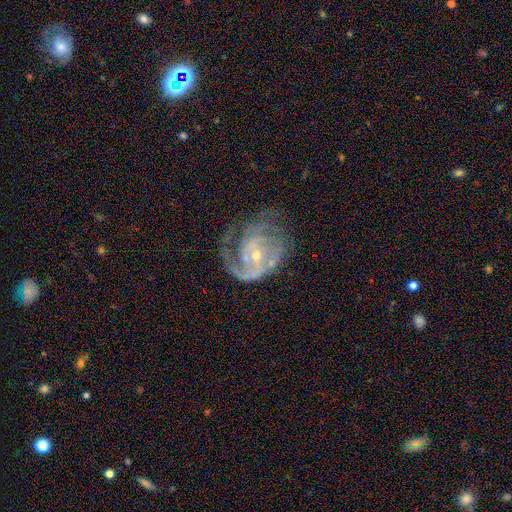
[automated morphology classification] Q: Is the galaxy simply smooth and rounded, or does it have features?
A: featured or disk — 87%.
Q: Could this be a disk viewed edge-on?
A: no — 98%.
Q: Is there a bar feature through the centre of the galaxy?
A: no — 60%.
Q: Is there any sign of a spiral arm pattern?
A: yes — 95%.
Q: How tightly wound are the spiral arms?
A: tight — 48%.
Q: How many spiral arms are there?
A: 2 — 36%.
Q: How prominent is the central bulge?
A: small — 70%.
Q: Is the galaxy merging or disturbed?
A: none — 49%.